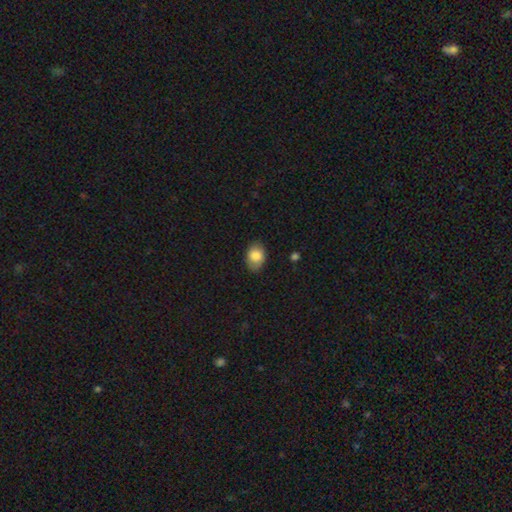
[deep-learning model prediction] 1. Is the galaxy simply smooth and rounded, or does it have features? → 84% smooth, 9% featured or disk, 7% star or artifact.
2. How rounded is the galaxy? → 76% in between, 22% round, 1% cigar-shaped.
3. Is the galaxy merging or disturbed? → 81% none, 15% minor disturbance, 3% major disturbance, 1% merger.